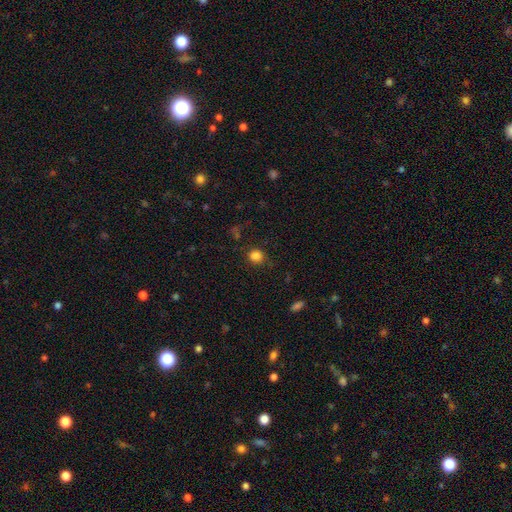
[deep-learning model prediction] Smooth or featured? smooth (83%)
How rounded? round (78%)
Merging? none (78%)